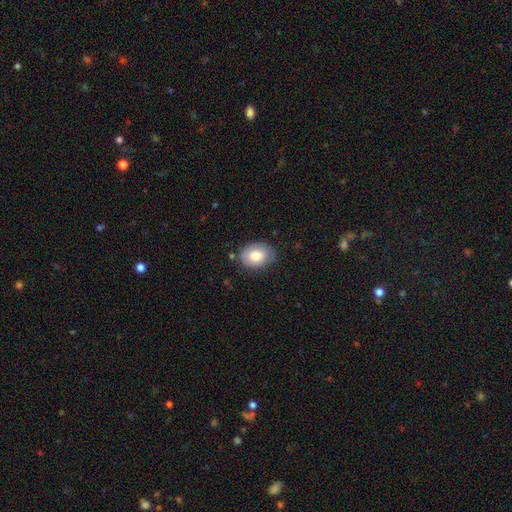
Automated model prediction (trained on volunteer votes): Smooth or featured?
  - smooth: 77% *
  - featured or disk: 16%
  - star or artifact: 7%
How rounded?
  - in between: 73% *
  - round: 26%
  - cigar-shaped: 1%
Merging?
  - none: 77% *
  - minor disturbance: 17%
  - major disturbance: 4%
  - merger: 2%